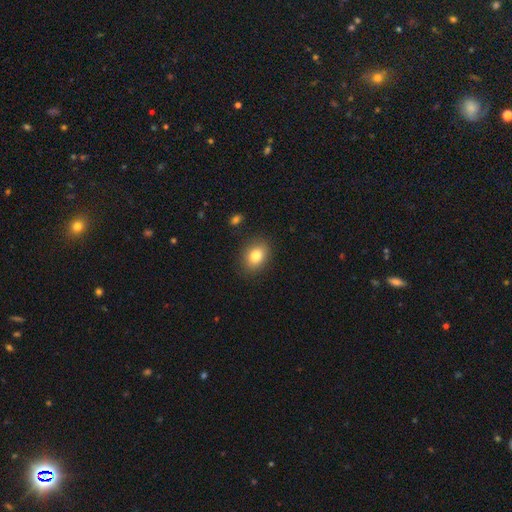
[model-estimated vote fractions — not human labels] Smooth or featured? smooth (83%)
How rounded? in between (66%)
Merging? none (87%)